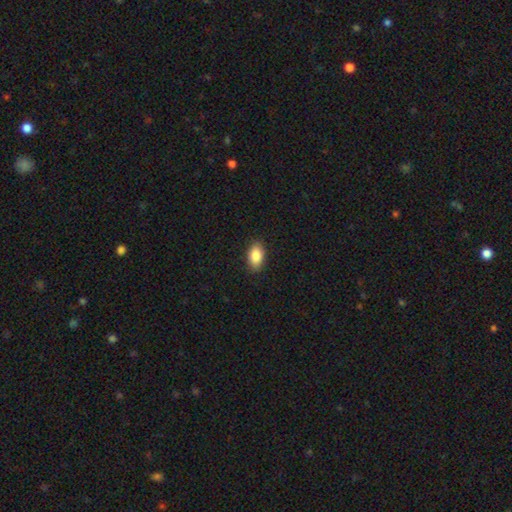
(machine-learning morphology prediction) Q: Smooth or featured?
A: smooth (87%); runner-up: star or artifact (7%)
Q: How rounded?
A: in between (92%); runner-up: round (6%)
Q: Merging?
A: none (88%); runner-up: minor disturbance (9%)